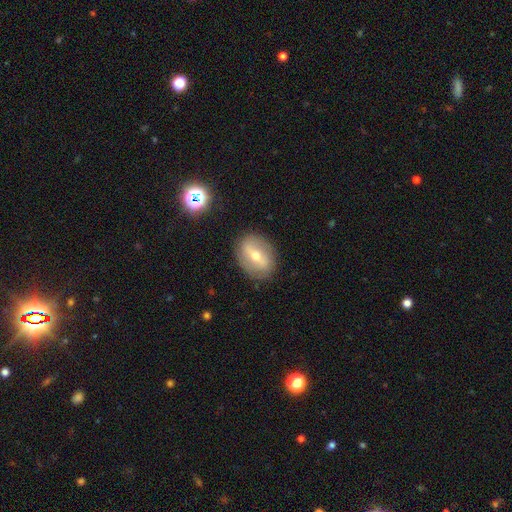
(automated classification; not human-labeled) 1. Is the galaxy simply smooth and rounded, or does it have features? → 56% featured or disk, 35% smooth, 9% star or artifact.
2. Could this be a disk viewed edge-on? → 85% no, 15% yes.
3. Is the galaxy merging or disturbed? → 85% none, 10% minor disturbance, 3% major disturbance, 1% merger.